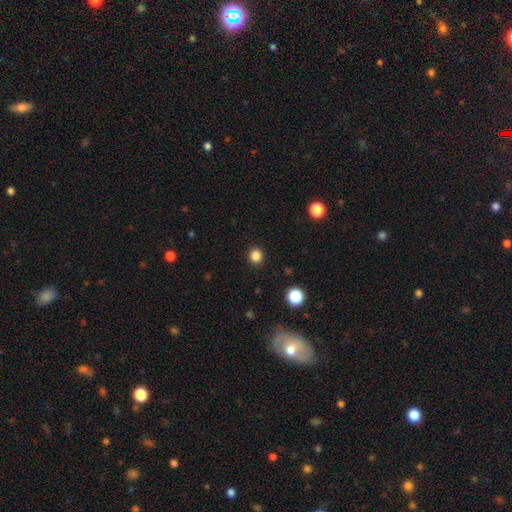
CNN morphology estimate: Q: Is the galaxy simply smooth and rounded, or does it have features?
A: smooth — 84%.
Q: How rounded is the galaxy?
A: round — 88%.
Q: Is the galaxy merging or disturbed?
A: none — 92%.